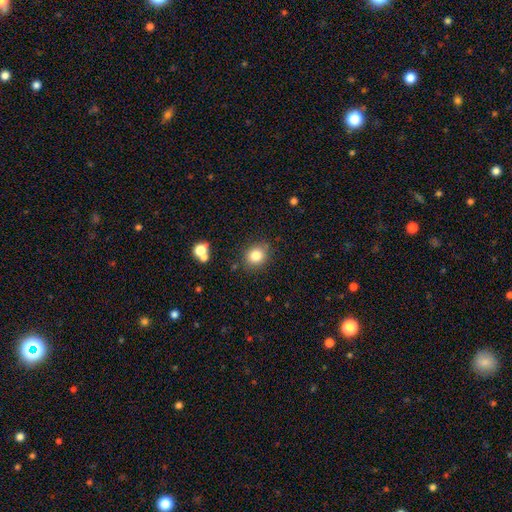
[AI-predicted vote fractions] Smooth or featured? smooth (83%)
How rounded? round (75%)
Merging? none (81%)